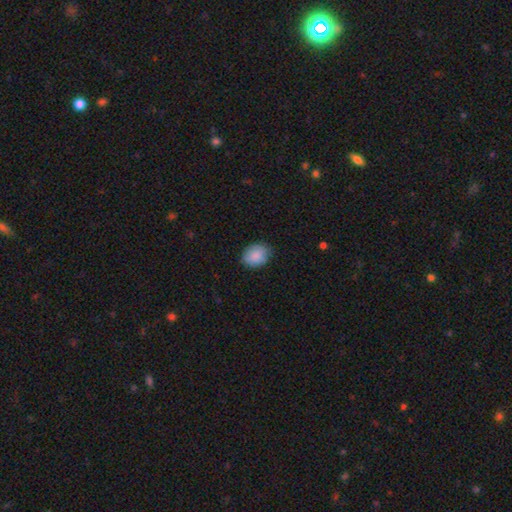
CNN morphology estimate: Smooth or featured? Predicted: smooth (p=0.87). How rounded? Predicted: in between (p=0.57). Merging? Predicted: none (p=0.81).